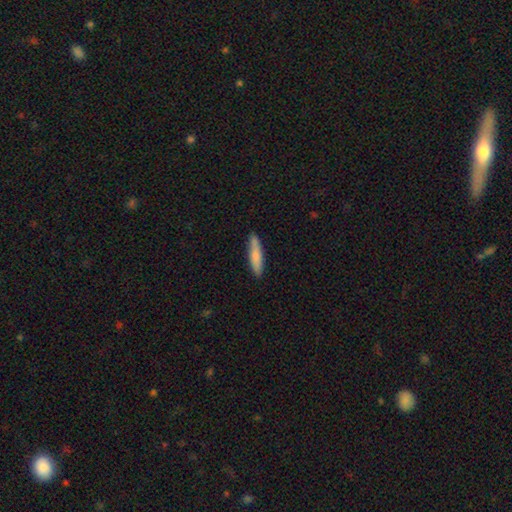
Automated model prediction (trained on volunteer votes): A smooth galaxy with no disk features (78%) that is cigar-shaped (86%).

Vote fractions:
- Smooth or featured? smooth: 78% / featured or disk: 17% / star or artifact: 6%
- How rounded? cigar-shaped: 86% / in between: 13% / round: 1%
- Merging? none: 85% / minor disturbance: 11% / major disturbance: 2% / merger: 2%